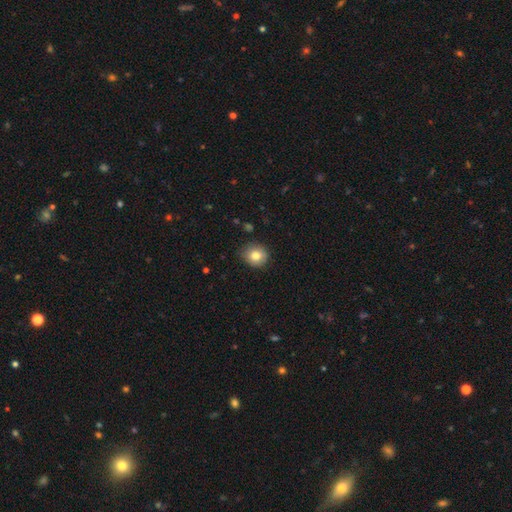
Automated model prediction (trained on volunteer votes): smooth-or-featured: smooth: 81% | featured or disk: 10% | star or artifact: 9%
  how-rounded: round: 84% | in between: 15% | cigar-shaped: 1%
  merging: none: 81% | minor disturbance: 16% | major disturbance: 3% | merger: 1%